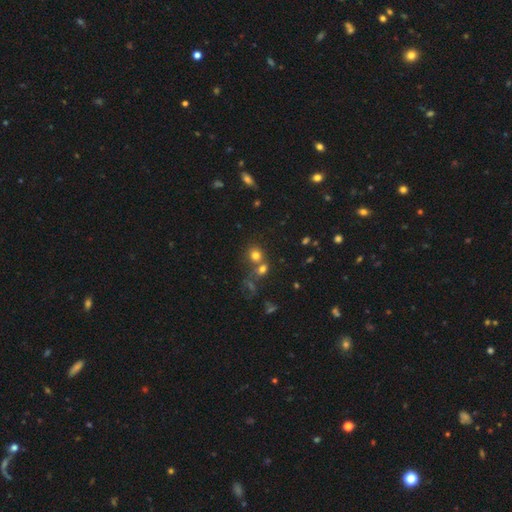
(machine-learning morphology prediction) smooth_or_featured: smooth (p=0.72) [alt: star or artifact p=0.18]
how_rounded: round (p=0.82) [alt: in between p=0.17]
merging: none (p=0.55) [alt: merger p=0.32]